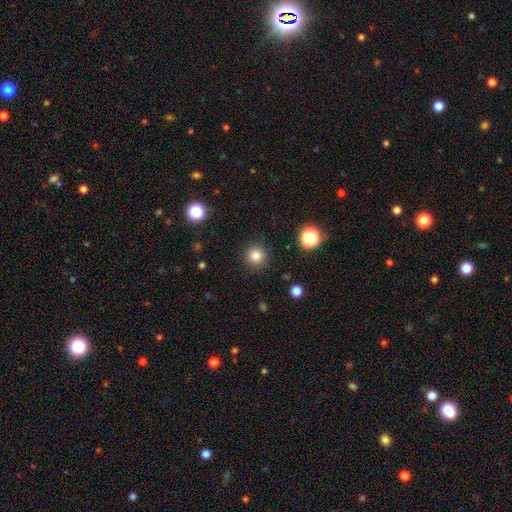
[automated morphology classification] smooth 82%, star or artifact 13%, featured or disk 5%. Down the decision tree: how rounded — round (95%); merging — none (90%).